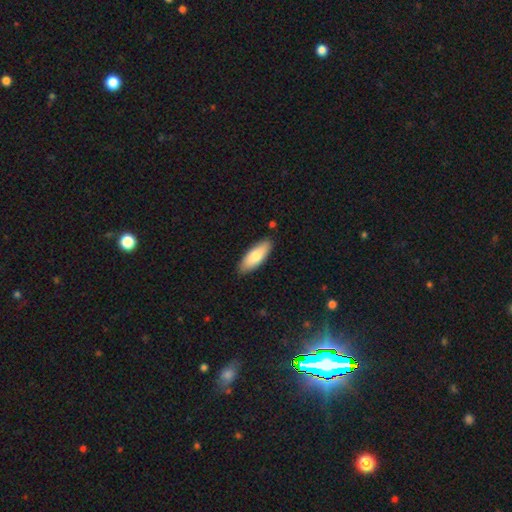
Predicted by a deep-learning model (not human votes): Smooth or featured? Predicted: smooth (p=0.78). How rounded? Predicted: in between (p=0.70). Merging? Predicted: none (p=0.87).